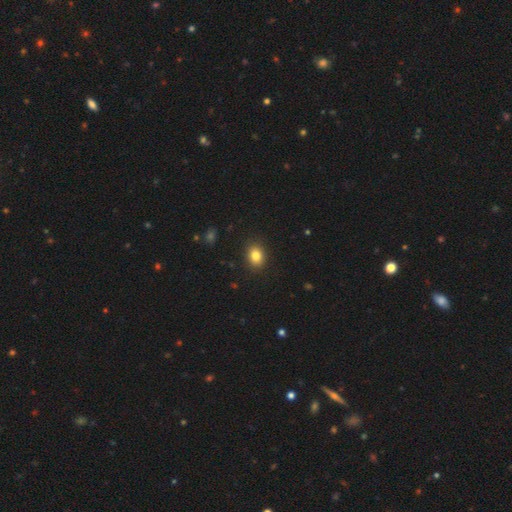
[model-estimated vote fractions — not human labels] smooth 83%, star or artifact 10%, featured or disk 7%. Down the decision tree: how rounded — in between (57%); merging — none (89%).